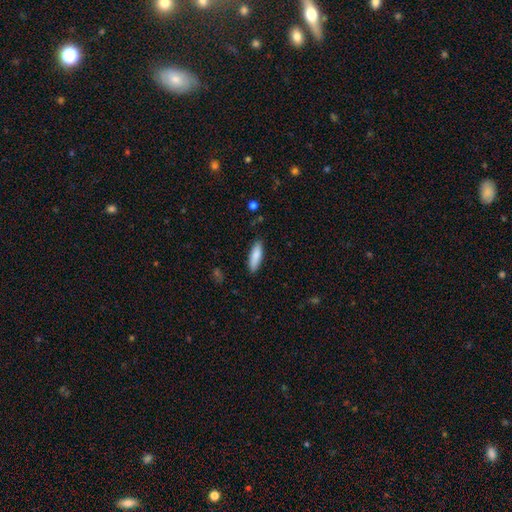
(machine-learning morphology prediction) smooth 85%, featured or disk 9%, star or artifact 6%. Down the decision tree: how rounded — in between (50%); merging — none (86%).